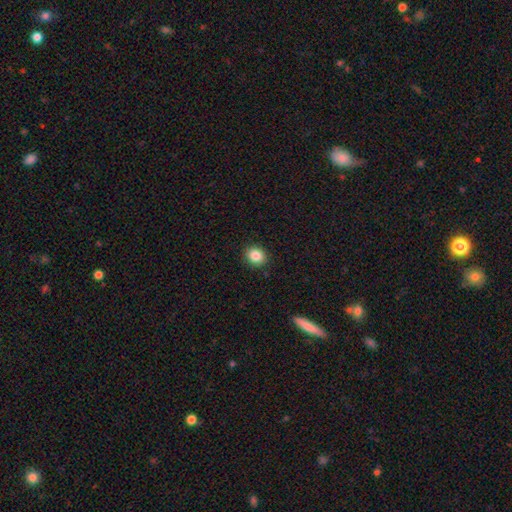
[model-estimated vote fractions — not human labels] Smooth or featured? smooth (85%)
How rounded? round (71%)
Merging? none (90%)